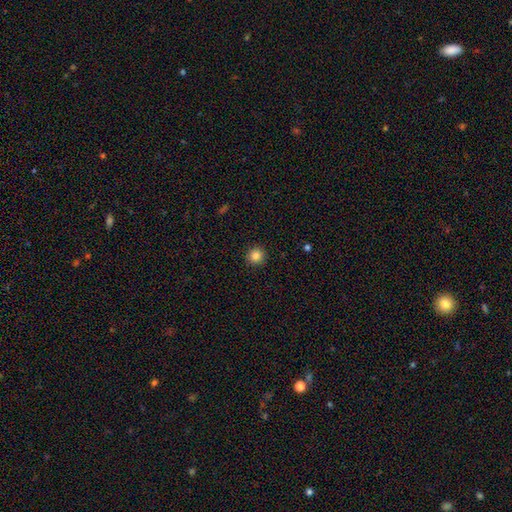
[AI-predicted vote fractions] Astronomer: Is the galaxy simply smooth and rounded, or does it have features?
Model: smooth — 85%.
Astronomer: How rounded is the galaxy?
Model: round — 94%.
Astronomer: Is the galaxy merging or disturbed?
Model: none — 92%.